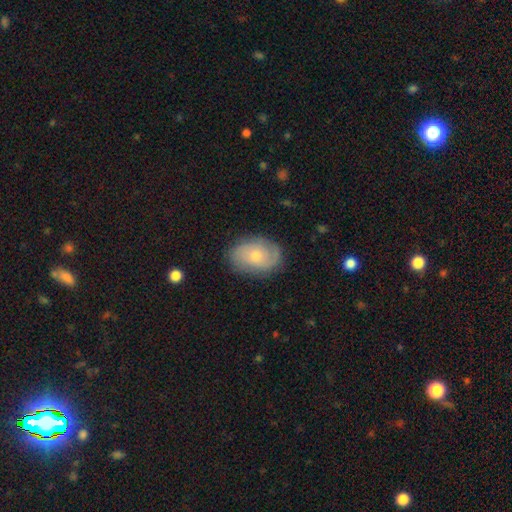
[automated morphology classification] Smooth or featured?
  - featured or disk: 59% *
  - smooth: 34%
  - star or artifact: 8%
Edge-on disk?
  - no: 95% *
  - yes: 5%
Bar?
  - no: 79% *
  - weak: 19%
  - strong: 3%
Spiral arms?
  - yes: 85% *
  - no: 15%
Bulge size?
  - small: 52% *
  - moderate: 43%
  - large: 2%
  - none: 1%
  - dominant: 1%
Merging?
  - none: 80% *
  - minor disturbance: 15%
  - major disturbance: 4%
  - merger: 1%